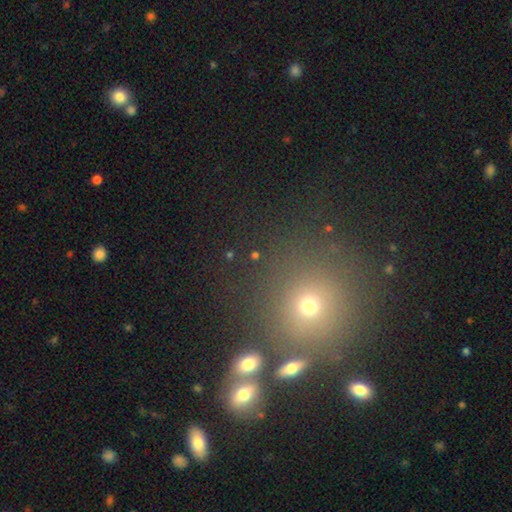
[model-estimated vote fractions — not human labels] A smooth galaxy with no disk features (52%) that is round (83%). Merging: none (83%).